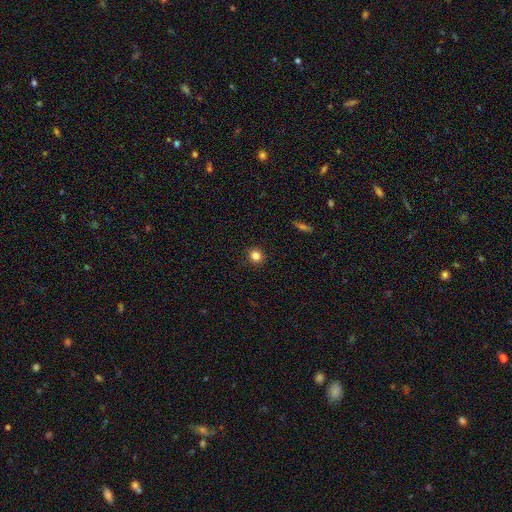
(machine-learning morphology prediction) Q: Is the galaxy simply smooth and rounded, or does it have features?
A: smooth — 82%.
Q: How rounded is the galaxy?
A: round — 92%.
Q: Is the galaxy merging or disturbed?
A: none — 92%.